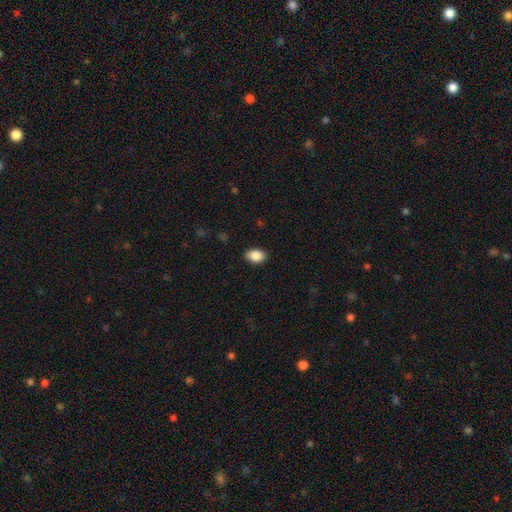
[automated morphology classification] type=smooth (88%); roundness=in between (87%); merging=none (88%).